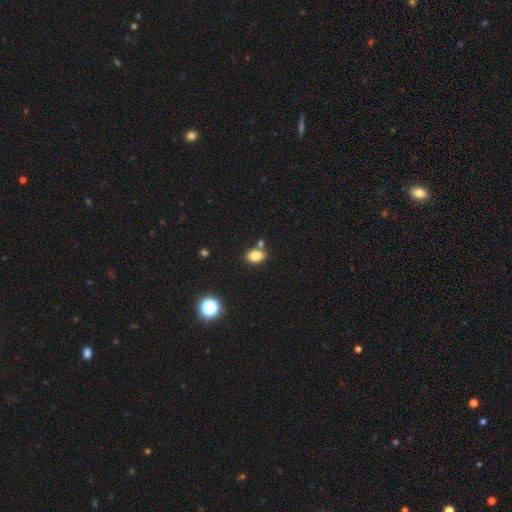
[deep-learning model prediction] Smooth or featured? Predicted: smooth (p=0.81). How rounded? Predicted: in between (p=0.78). Merging? Predicted: none (p=0.68).